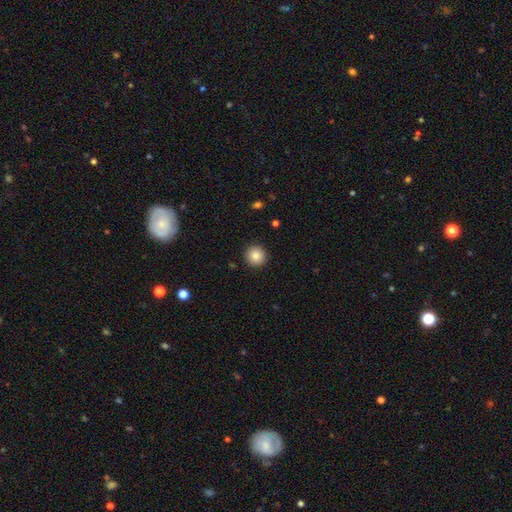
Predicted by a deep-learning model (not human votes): A smooth galaxy with no disk features (85%) that is round (95%). Merging: none (92%).